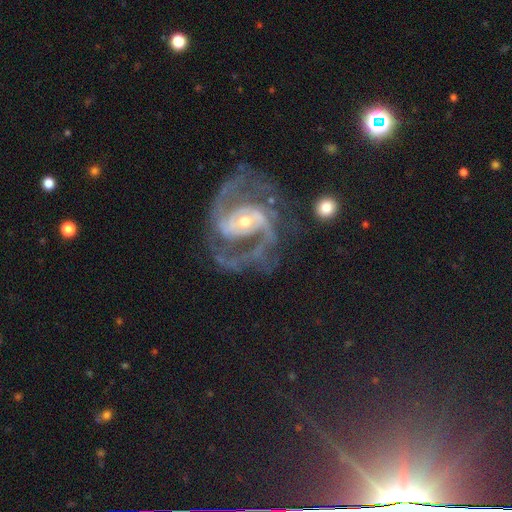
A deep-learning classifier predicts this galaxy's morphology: This appears to be a featured or disk galaxy (82%) with a weak bar (38%), 2 (86%) medium (59%) spiral arms (97%) and a small central bulge (68%). Merging: none (68%).